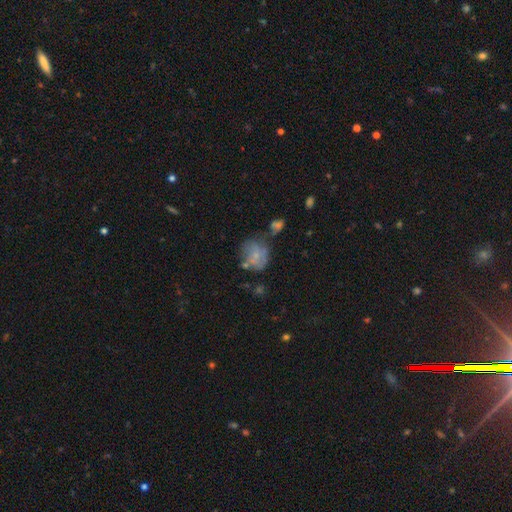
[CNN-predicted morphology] A smooth galaxy with no disk features (55%) that is round (55%). Merging: none (39%).